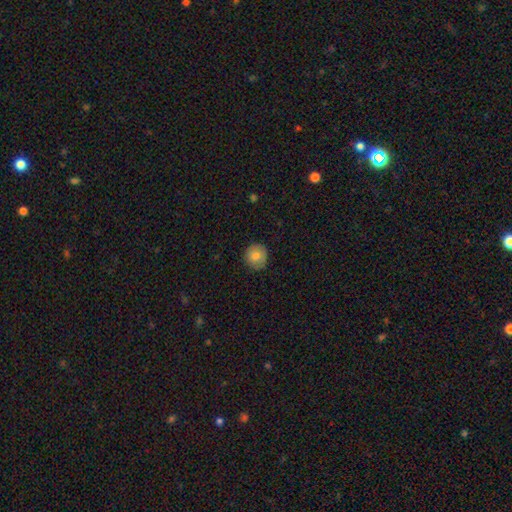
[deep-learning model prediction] smooth_or_featured: smooth (p=0.80) [alt: featured or disk p=0.12]
how_rounded: round (p=0.91) [alt: in between p=0.08]
merging: none (p=0.84) [alt: minor disturbance p=0.12]